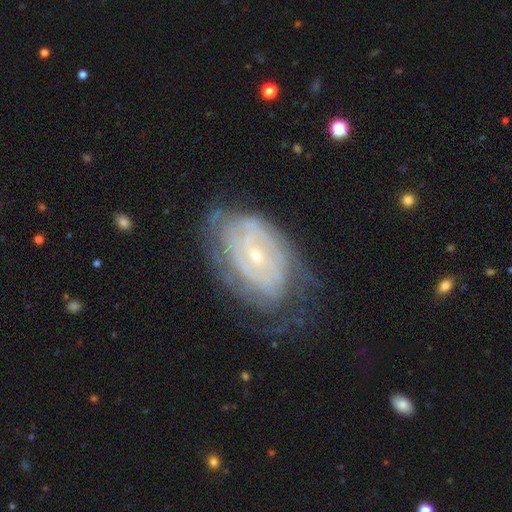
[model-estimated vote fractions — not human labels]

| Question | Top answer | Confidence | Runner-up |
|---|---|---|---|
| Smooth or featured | featured or disk | 83% | smooth (11%) |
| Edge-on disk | no | 96% | yes (4%) |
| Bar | no | 54% | weak (35%) |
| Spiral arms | yes | 91% | no (9%) |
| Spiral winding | tight | 76% | medium (19%) |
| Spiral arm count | can't tell | 50% | 2 (18%) |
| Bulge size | small | 73% | moderate (23%) |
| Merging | none | 65% | minor disturbance (23%) |